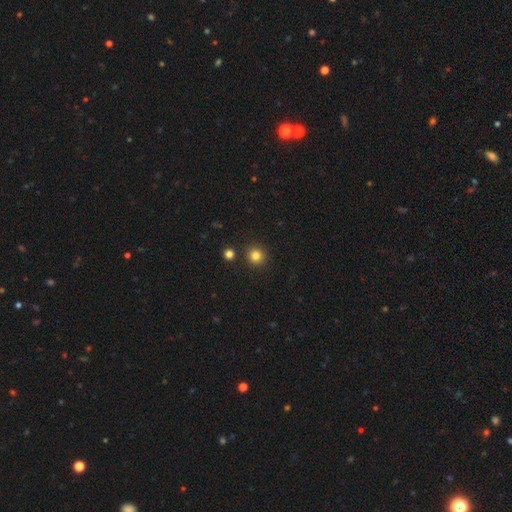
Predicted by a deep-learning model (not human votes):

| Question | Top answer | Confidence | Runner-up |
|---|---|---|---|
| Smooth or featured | smooth | 82% | star or artifact (13%) |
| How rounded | round | 93% | in between (6%) |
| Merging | none | 89% | minor disturbance (6%) |